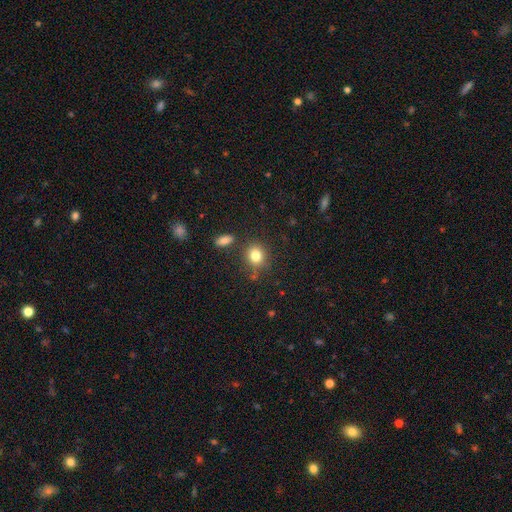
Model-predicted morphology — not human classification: Overall: smooth (82%). How rounded: round (75%). Merging: none (78%).